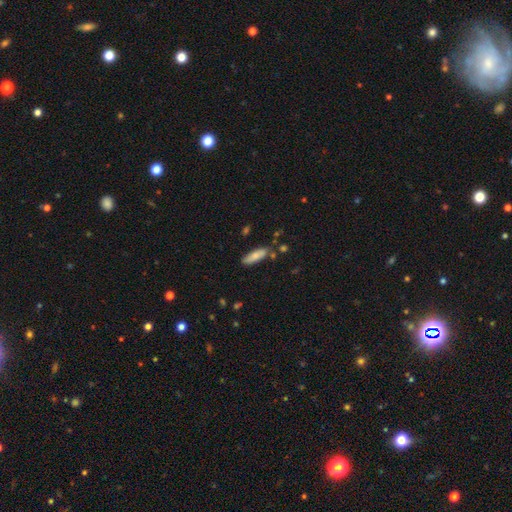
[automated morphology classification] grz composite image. It shows a smooth galaxy with no disk features (78%) that is cigar-shaped (53%). Merging: none (77%).